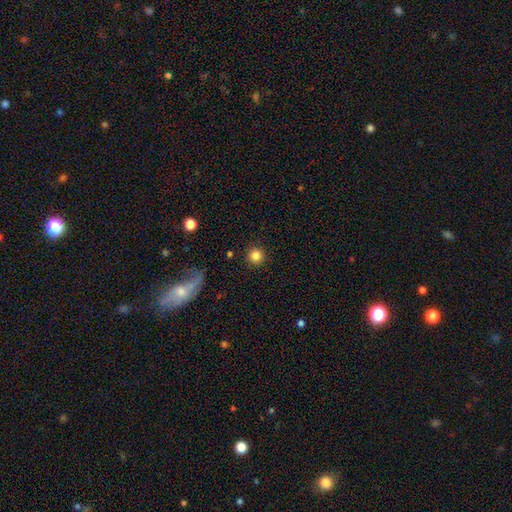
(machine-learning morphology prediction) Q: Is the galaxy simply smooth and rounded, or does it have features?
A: smooth — 83%.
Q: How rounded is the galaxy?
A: round — 95%.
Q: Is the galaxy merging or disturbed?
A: none — 91%.